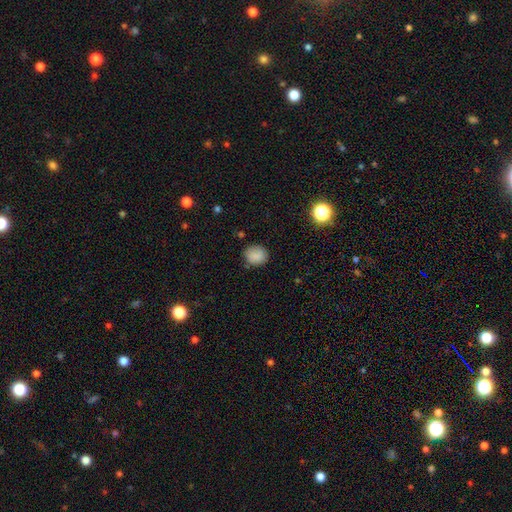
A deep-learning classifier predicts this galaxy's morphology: This appears to be a smooth galaxy with no disk features (85%) that is round (71%). Merging: none (79%).